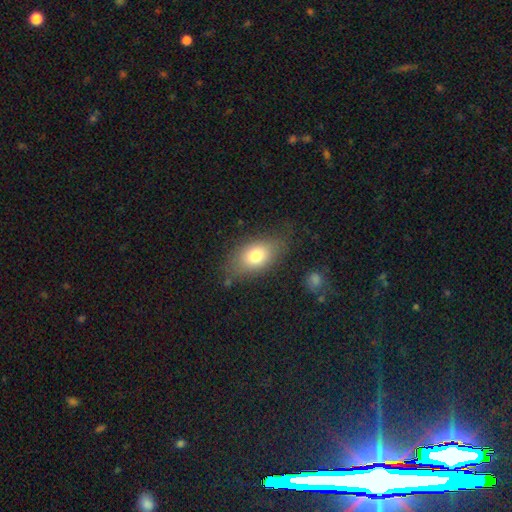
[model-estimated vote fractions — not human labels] A smooth galaxy with no disk features (76%) that is in between round and cigar-shaped (86%).

Vote fractions:
- Smooth or featured? smooth: 76% / featured or disk: 15% / star or artifact: 8%
- How rounded? in between: 86% / round: 11% / cigar-shaped: 3%
- Merging? none: 75% / minor disturbance: 17% / major disturbance: 6% / merger: 2%